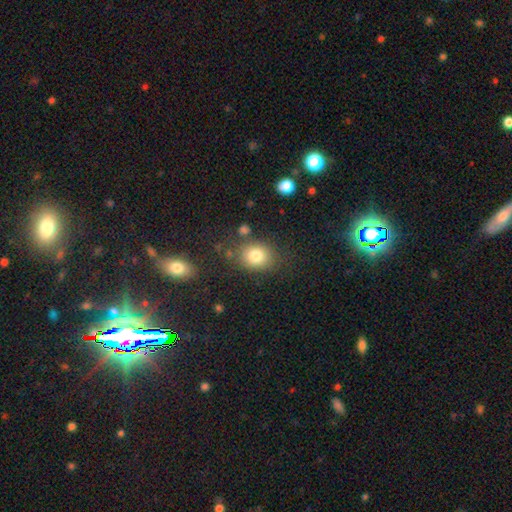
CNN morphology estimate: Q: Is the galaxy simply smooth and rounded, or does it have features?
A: smooth — 81%.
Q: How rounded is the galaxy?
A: round — 53%.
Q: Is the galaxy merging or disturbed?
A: none — 75%.